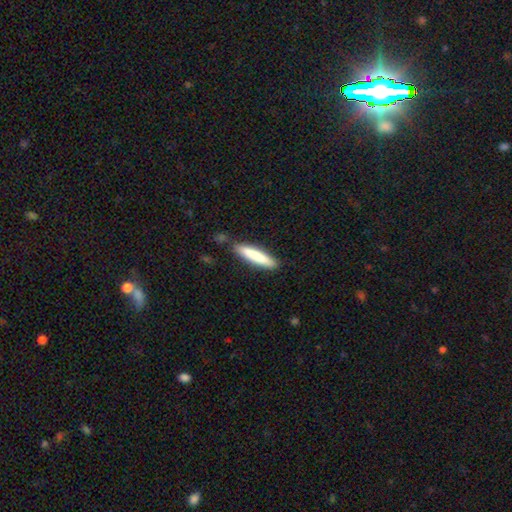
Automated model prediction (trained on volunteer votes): Smooth or featured?
  - smooth: 77% *
  - featured or disk: 17%
  - star or artifact: 5%
How rounded?
  - cigar-shaped: 87% *
  - in between: 12%
  - round: 1%
Merging?
  - none: 83% *
  - minor disturbance: 12%
  - merger: 3%
  - major disturbance: 2%